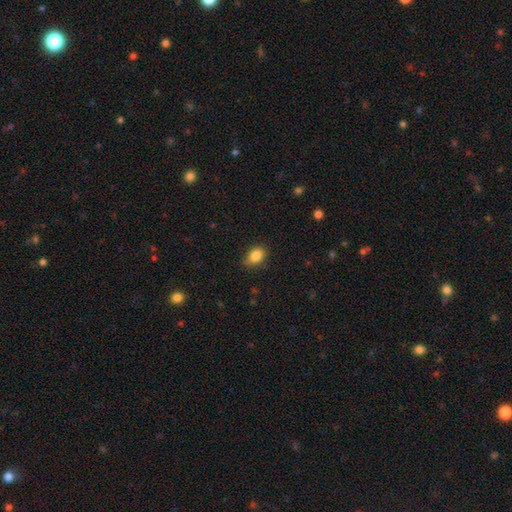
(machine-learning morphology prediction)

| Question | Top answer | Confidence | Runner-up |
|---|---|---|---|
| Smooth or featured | smooth | 85% | star or artifact (9%) |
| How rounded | in between | 74% | round (25%) |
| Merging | none | 80% | minor disturbance (17%) |